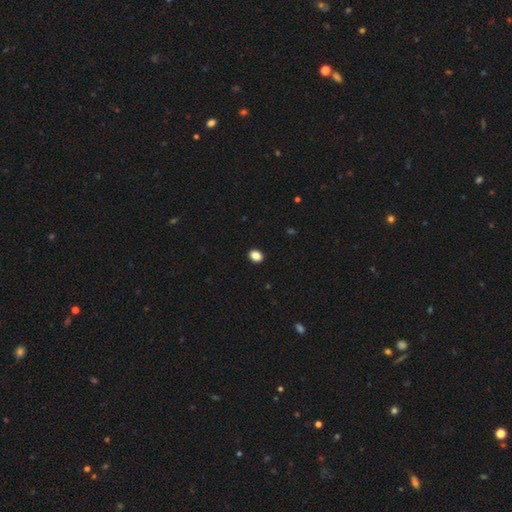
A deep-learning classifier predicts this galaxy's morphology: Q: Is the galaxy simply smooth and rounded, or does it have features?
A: smooth — 87%.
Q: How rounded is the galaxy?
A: in between — 54%.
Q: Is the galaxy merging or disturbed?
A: none — 92%.